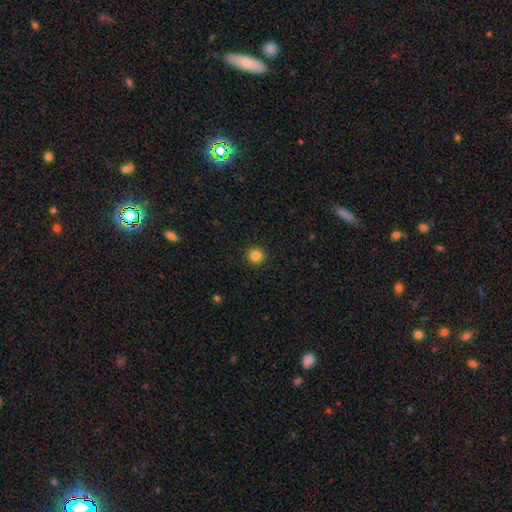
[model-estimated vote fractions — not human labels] A smooth galaxy with no disk features (85%) that is round (95%).

Vote fractions:
- Smooth or featured? smooth: 85% / star or artifact: 11% / featured or disk: 4%
- How rounded? round: 95% / in between: 4% / cigar-shaped: 1%
- Merging? none: 92% / minor disturbance: 5% / major disturbance: 2% / merger: 1%